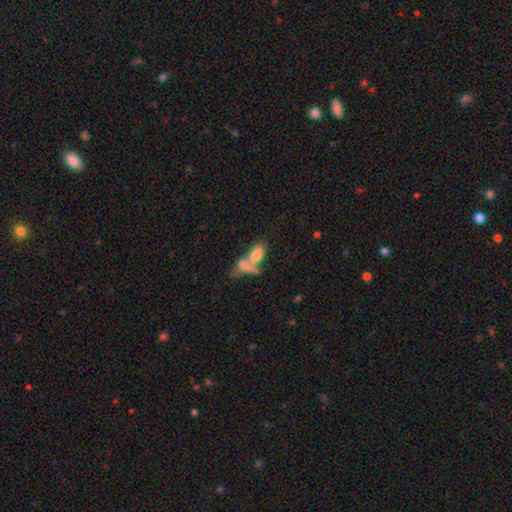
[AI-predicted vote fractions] A smooth galaxy with no disk features (76%) that is in between round and cigar-shaped (85%).

Vote fractions:
- Smooth or featured? smooth: 76% / featured or disk: 16% / star or artifact: 8%
- How rounded? in between: 85% / cigar-shaped: 8% / round: 7%
- Merging? merger: 64% / none: 21% / minor disturbance: 8% / major disturbance: 7%